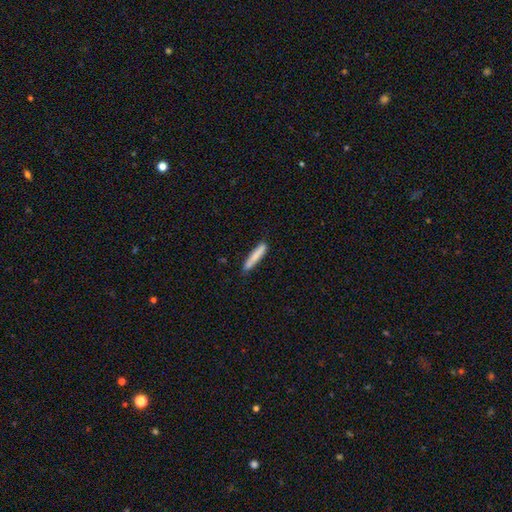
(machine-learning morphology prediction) Smooth or featured? Predicted: smooth (p=0.80). How rounded? Predicted: cigar-shaped (p=0.93). Merging? Predicted: none (p=0.80).